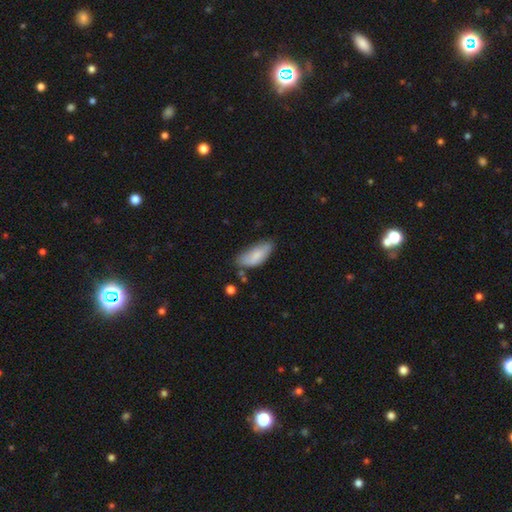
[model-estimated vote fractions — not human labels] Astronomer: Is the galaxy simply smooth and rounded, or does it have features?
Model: smooth — 77%.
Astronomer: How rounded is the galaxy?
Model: in between — 84%.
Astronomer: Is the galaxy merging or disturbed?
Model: none — 57%.